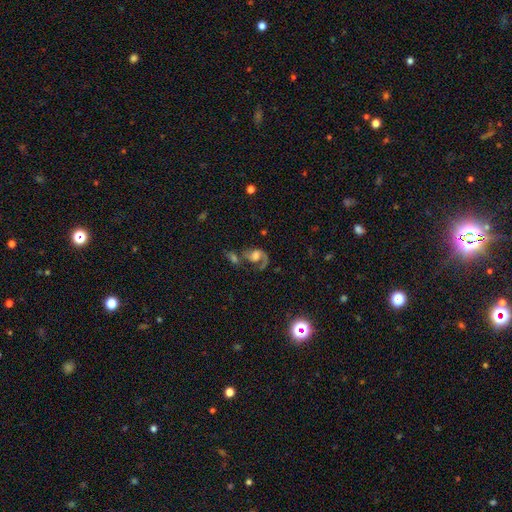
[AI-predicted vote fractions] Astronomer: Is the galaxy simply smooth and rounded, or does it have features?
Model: featured or disk — 70%.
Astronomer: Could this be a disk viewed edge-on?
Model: no — 97%.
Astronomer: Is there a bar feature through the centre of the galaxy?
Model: no — 59%.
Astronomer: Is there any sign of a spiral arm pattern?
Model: yes — 90%.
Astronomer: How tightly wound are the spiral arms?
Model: loose — 45% (runner-up: medium, 41%).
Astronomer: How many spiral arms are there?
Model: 2 — 48% (runner-up: 1, 46%).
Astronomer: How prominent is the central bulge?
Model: moderate — 35%, tied with large at 35%.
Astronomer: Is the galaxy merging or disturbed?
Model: merger — 35% (runner-up: none, 29%).